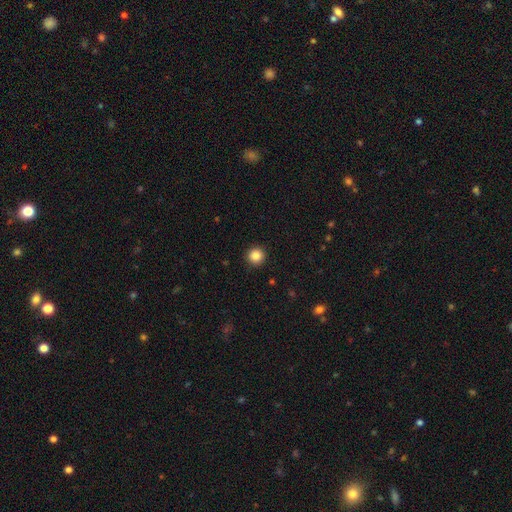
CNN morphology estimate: A smooth galaxy with no disk features (87%) that is round (95%).

Vote fractions:
- Smooth or featured? smooth: 87% / star or artifact: 10% / featured or disk: 3%
- How rounded? round: 95% / in between: 4% / cigar-shaped: 1%
- Merging? none: 92% / minor disturbance: 5% / major disturbance: 2% / merger: 1%